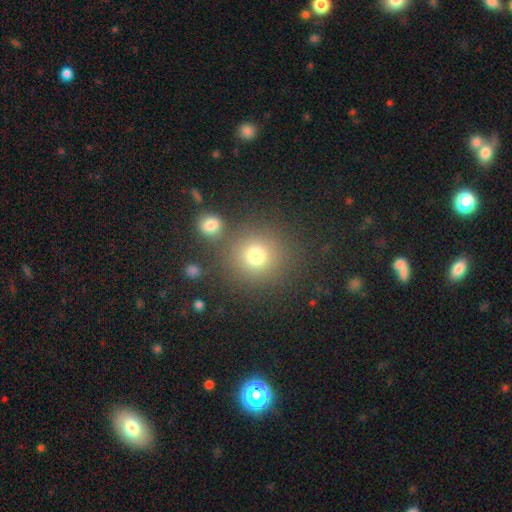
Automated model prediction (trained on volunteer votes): Smooth or featured: smooth — 76% (star or artifact — 16%)
How rounded: round — 91% (in between — 8%)
Merging: none — 77% (merger — 11%)